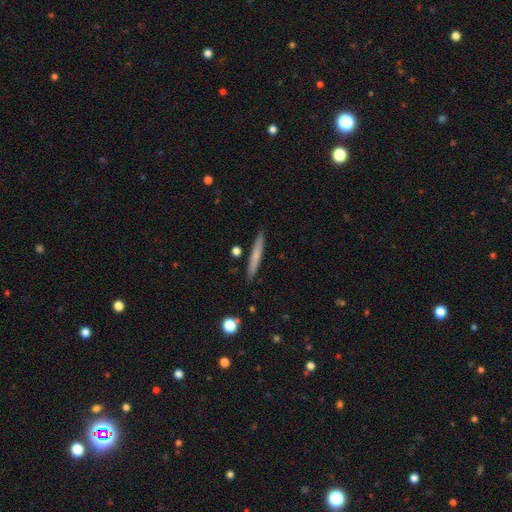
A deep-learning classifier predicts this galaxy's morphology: Smooth or featured? smooth (65%)
How rounded? cigar-shaped (96%)
Merging? none (90%)